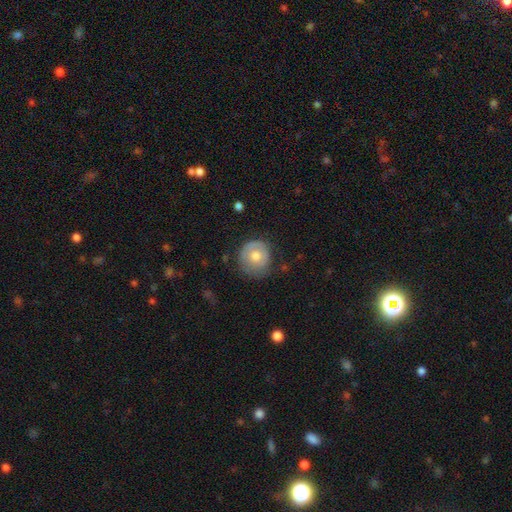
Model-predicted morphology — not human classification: smooth-or-featured: smooth: 64% | featured or disk: 29% | star or artifact: 7%
  how-rounded: round: 89% | in between: 10% | cigar-shaped: 1%
  merging: none: 70% | minor disturbance: 22% | major disturbance: 7% | merger: 1%